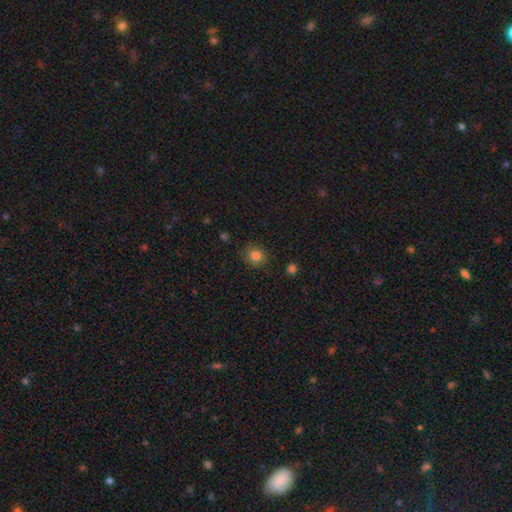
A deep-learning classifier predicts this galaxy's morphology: Smooth or featured? Predicted: smooth (p=0.82). How rounded? Predicted: round (p=0.85). Merging? Predicted: none (p=0.86).